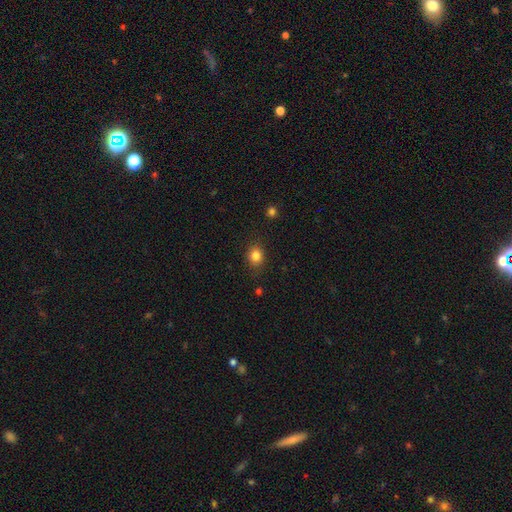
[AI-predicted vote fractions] Smooth or featured?
  - smooth: 83% *
  - star or artifact: 12%
  - featured or disk: 6%
How rounded?
  - round: 66% *
  - in between: 33%
  - cigar-shaped: 1%
Merging?
  - none: 83% *
  - minor disturbance: 12%
  - major disturbance: 3%
  - merger: 1%